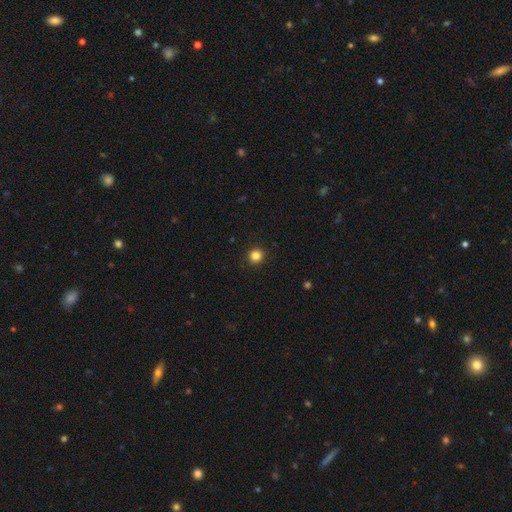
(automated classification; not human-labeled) This is clearly a smooth galaxy (84%). How rounded: clearly round (94%). Merging: clearly none (92%).